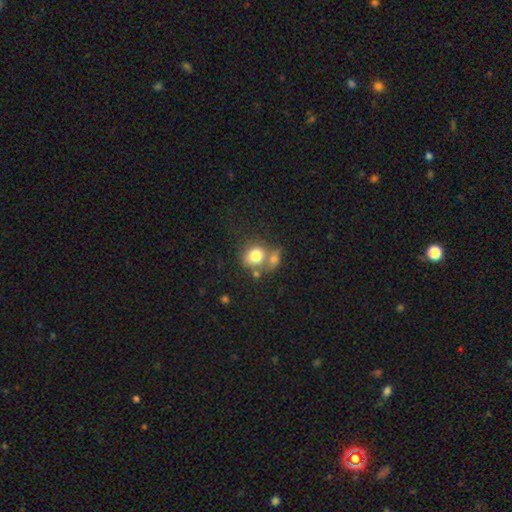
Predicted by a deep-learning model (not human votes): A smooth galaxy with no disk features (79%) that is round (70%).

Vote fractions:
- Smooth or featured? smooth: 79% / featured or disk: 11% / star or artifact: 10%
- How rounded? round: 70% / in between: 29% / cigar-shaped: 1%
- Merging? none: 44% / merger: 37% / minor disturbance: 13% / major disturbance: 6%